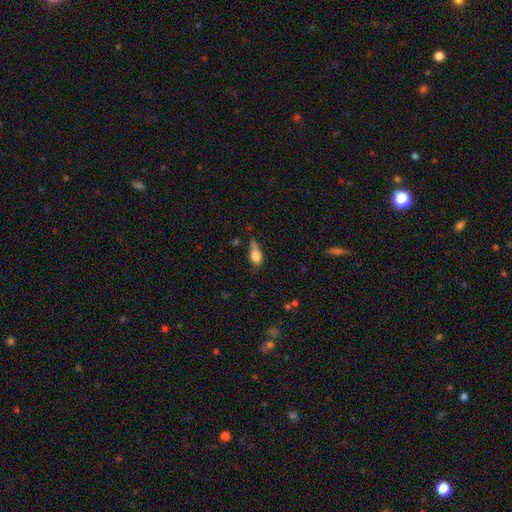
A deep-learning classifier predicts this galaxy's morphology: This appears to be a smooth galaxy with no disk features (76%) that is in between round and cigar-shaped (73%). Merging: none (36%).